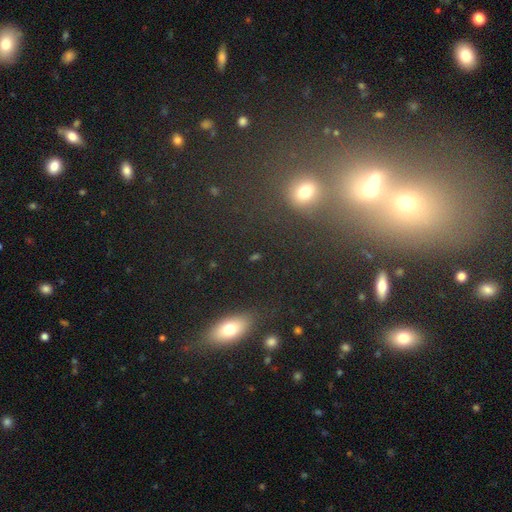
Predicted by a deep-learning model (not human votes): A smooth galaxy with no disk features (53%) that is in between round and cigar-shaped (51%).

Vote fractions:
- Smooth or featured? smooth: 53% / star or artifact: 31% / featured or disk: 16%
- How rounded? in between: 51% / round: 38% / cigar-shaped: 11%
- Merging? none: 73% / minor disturbance: 11% / merger: 10% / major disturbance: 5%